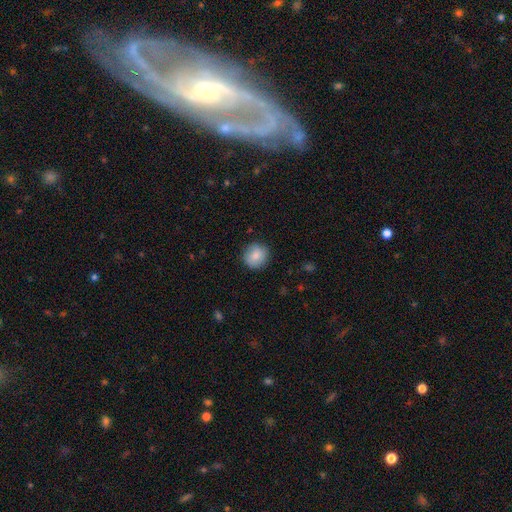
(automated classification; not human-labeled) Smooth or featured: smooth — 85% (star or artifact — 7%)
How rounded: round — 90% (in between — 9%)
Merging: none — 87% (minor disturbance — 9%)